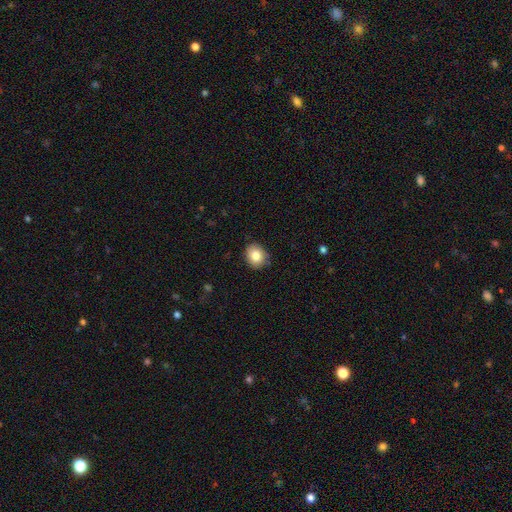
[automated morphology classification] This is clearly a smooth galaxy (83%). How rounded: likely round (66%). Merging: clearly none (85%).